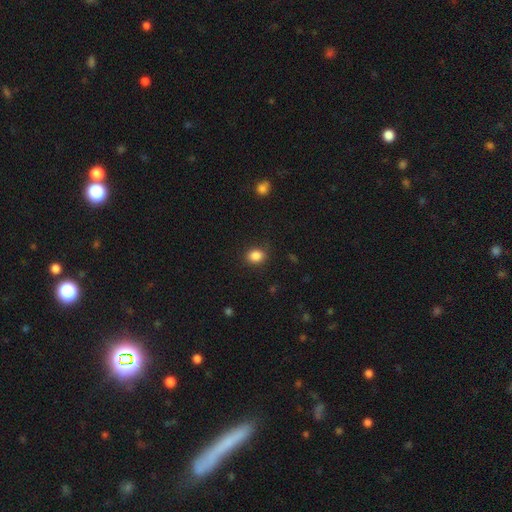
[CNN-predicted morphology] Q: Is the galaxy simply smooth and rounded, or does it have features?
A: smooth — 86%.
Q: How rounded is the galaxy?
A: round — 52%.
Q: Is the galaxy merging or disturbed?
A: none — 84%.